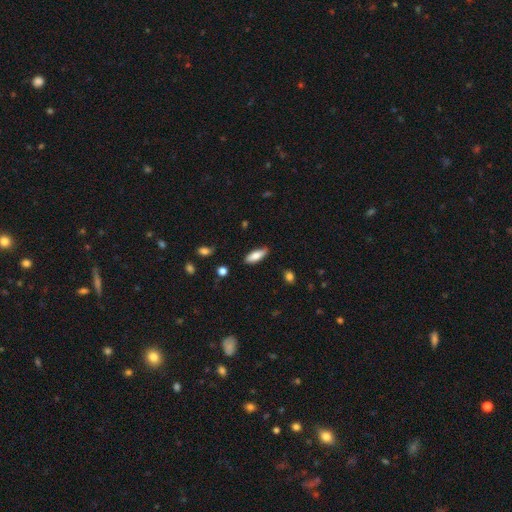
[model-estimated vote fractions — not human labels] This is likely a smooth galaxy (78%). How rounded: likely in between (62%). Merging: clearly none (83%).